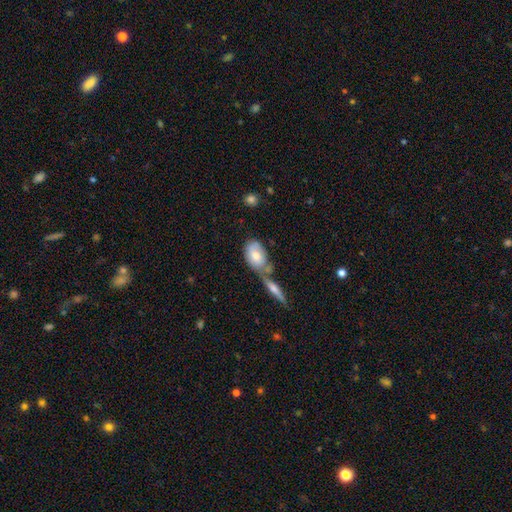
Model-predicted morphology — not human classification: Smooth or featured?
  - smooth: 64% *
  - featured or disk: 30%
  - star or artifact: 6%
How rounded?
  - in between: 88% *
  - round: 7%
  - cigar-shaped: 5%
Merging?
  - merger: 48% *
  - none: 32%
  - minor disturbance: 14%
  - major disturbance: 6%